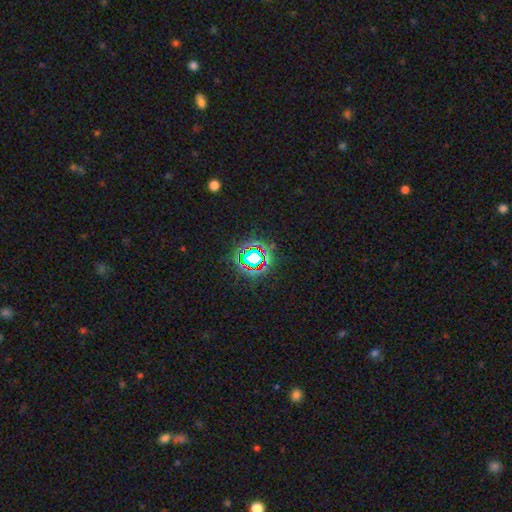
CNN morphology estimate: Smooth or featured? Predicted: star or artifact (p=0.77).